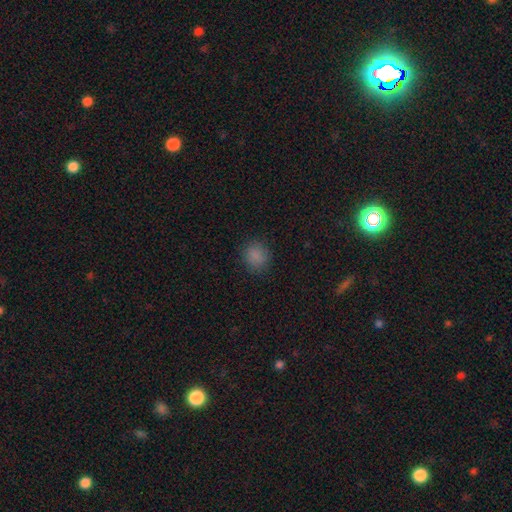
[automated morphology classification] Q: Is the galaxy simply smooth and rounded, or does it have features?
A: smooth — 84%.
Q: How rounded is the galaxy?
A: round — 83%.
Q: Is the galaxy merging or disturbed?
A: none — 86%.